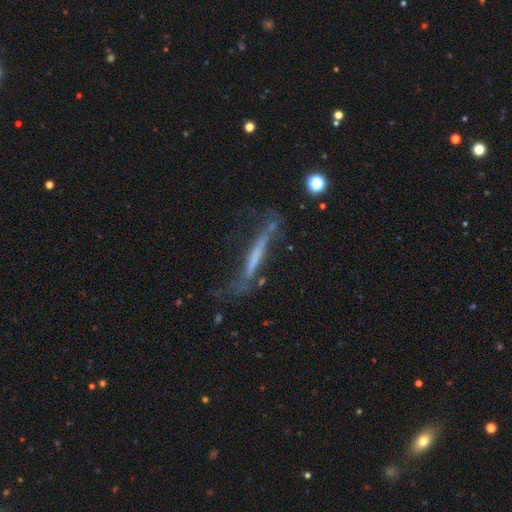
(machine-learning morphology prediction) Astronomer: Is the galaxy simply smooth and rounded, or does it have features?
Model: featured or disk — 56% (runner-up: smooth, 33%).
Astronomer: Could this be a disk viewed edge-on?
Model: yes — 77%.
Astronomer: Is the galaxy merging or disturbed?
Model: none — 49% (runner-up: minor disturbance, 26%).